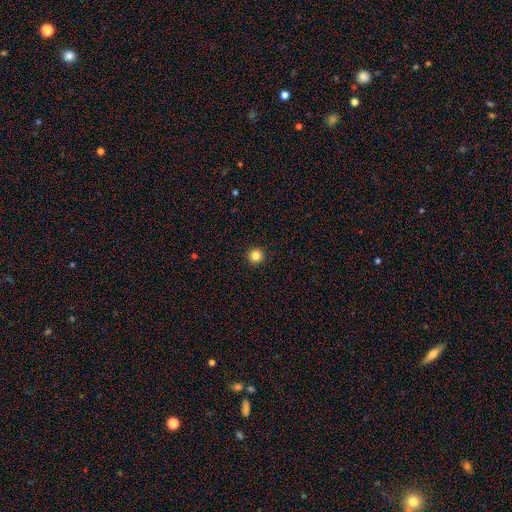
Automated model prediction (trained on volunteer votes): Morphology: type=smooth (84%); roundness=round (96%); merging=none (94%).